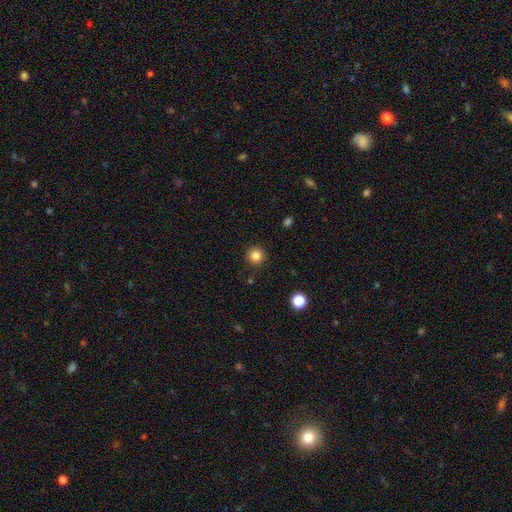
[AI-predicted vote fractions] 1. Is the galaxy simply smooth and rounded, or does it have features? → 84% smooth, 11% star or artifact, 5% featured or disk.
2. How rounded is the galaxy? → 95% round, 4% in between, 1% cigar-shaped.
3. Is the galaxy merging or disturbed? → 91% none, 6% minor disturbance, 2% major disturbance, 1% merger.